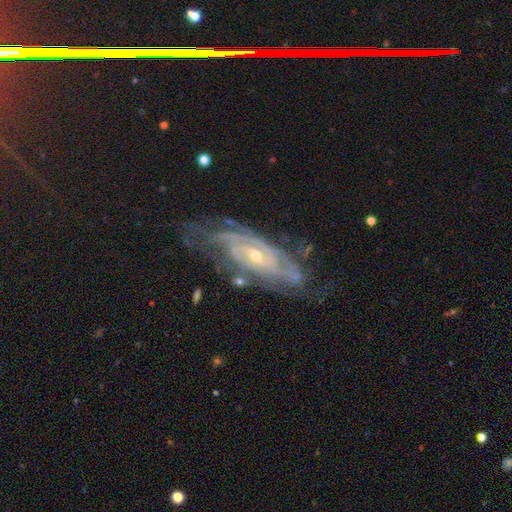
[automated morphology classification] This is clearly a featured or disk galaxy (88%). It is clearly not viewed edge-on (90%). Bar: likely no (61%). Spiral arm pattern: clearly yes (96%). Spiral arm count: marginally can't tell (33%). Spiral winding: likely tight (71%). Central bulge: likely small (63%). Merging: likely none (67%).